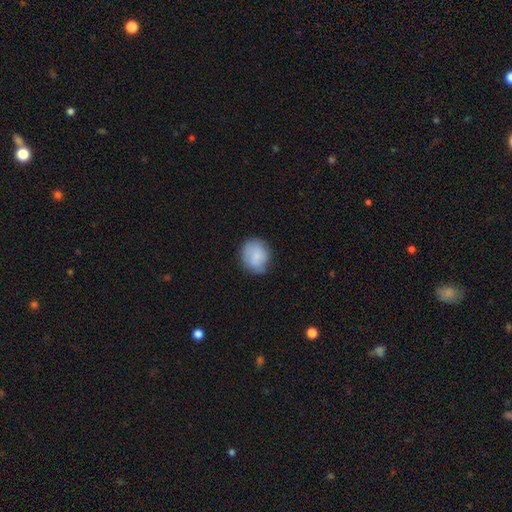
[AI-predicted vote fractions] Smooth or featured? Predicted: smooth (p=0.77). How rounded? Predicted: round (p=0.72). Merging? Predicted: none (p=0.68).